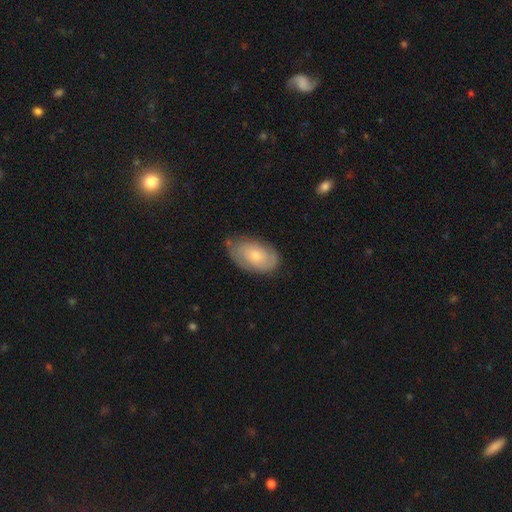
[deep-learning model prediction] Morphology: type=featured or disk (49%); merging=none (66%).